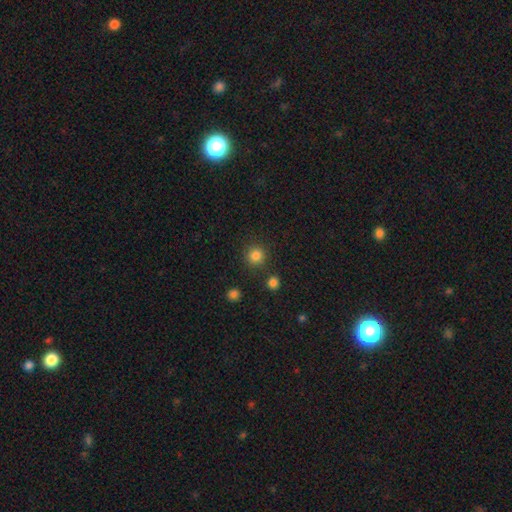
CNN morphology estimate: A smooth galaxy with no disk features (83%) that is round (94%).

Vote fractions:
- Smooth or featured? smooth: 83% / star or artifact: 13% / featured or disk: 4%
- How rounded? round: 94% / in between: 5% / cigar-shaped: 1%
- Merging? none: 86% / minor disturbance: 7% / merger: 4% / major disturbance: 3%